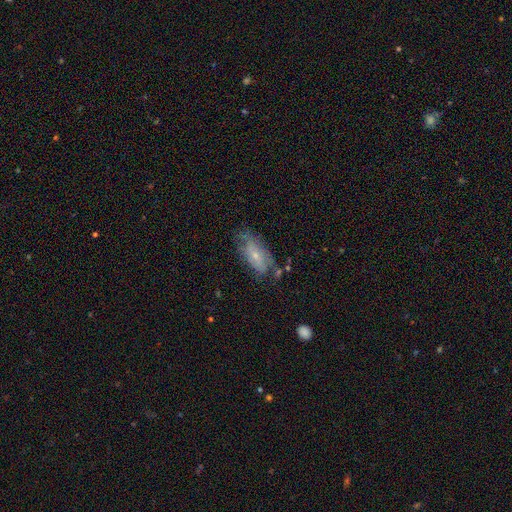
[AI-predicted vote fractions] smooth 54%, featured or disk 39%, star or artifact 8%. Down the decision tree: how rounded — in between (85%); merging — none (50%).